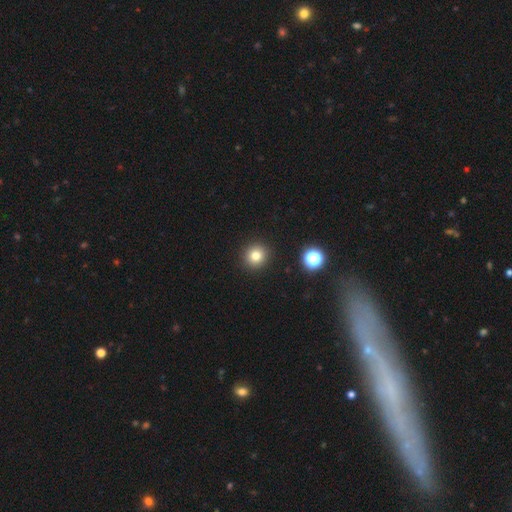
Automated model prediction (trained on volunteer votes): This appears to be a smooth galaxy with no disk features (79%) that is round (92%). Merging: none (92%).